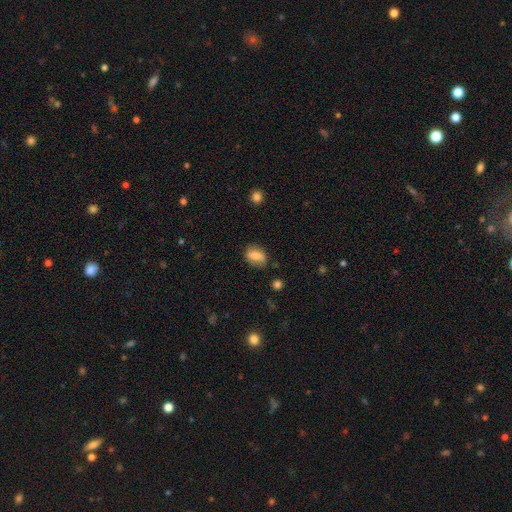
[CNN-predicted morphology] This appears to be a smooth galaxy with no disk features (71%) that is in between round and cigar-shaped (74%). Merging: none (77%).